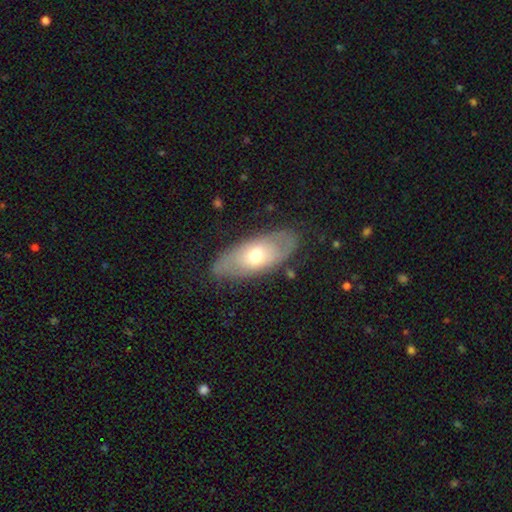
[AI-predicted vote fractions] Q: Smooth or featured?
A: smooth (51%); runner-up: featured or disk (43%)
Q: How rounded?
A: in between (86%); runner-up: cigar-shaped (11%)
Q: Merging?
A: none (79%); runner-up: minor disturbance (16%)